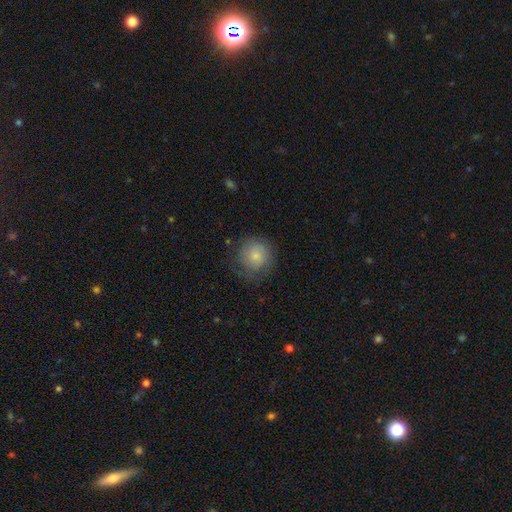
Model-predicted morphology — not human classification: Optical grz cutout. It shows a smooth galaxy with no disk features (77%) that is round (92%). Merging: none (70%).